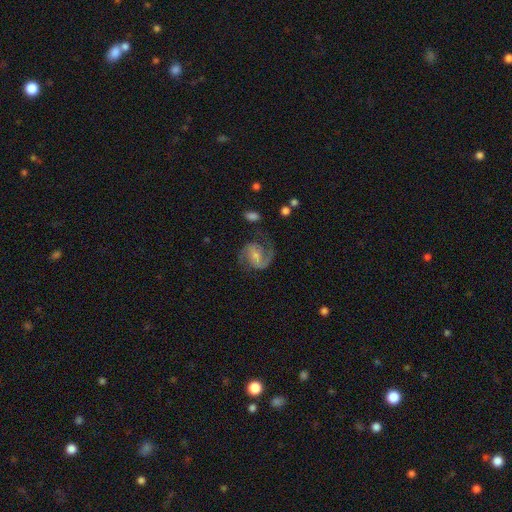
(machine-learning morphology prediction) Smooth or featured? featured or disk (86%)
Edge-on disk? no (98%)
Bar? weak (44%)
Spiral arms? yes (97%)
Spiral winding? medium (55%)
Spiral arm count? 2 (82%)
Bulge size? small (59%)
Merging? none (71%)